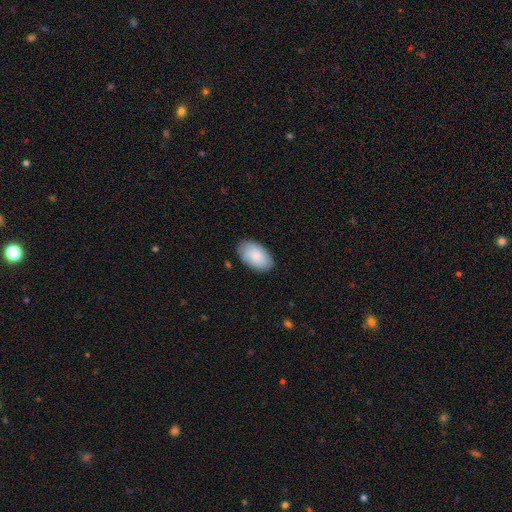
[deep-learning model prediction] Smooth or featured? Predicted: smooth (p=0.85). How rounded? Predicted: in between (p=0.94). Merging? Predicted: none (p=0.83).